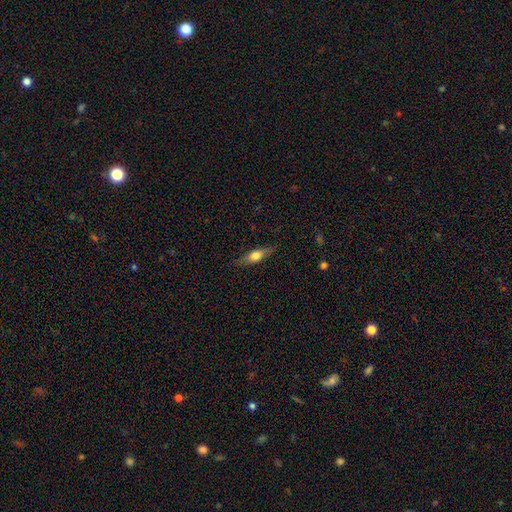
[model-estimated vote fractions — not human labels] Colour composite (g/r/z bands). It shows a featured or disk galaxy (47%). Merging: none (84%).